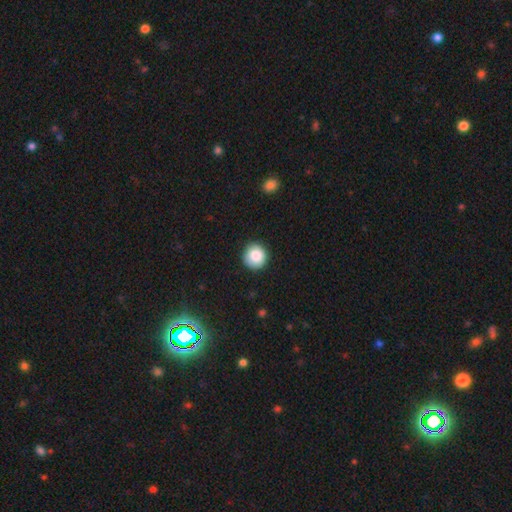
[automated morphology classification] Overall: smooth (85%). How rounded: round (93%). Merging: none (88%).